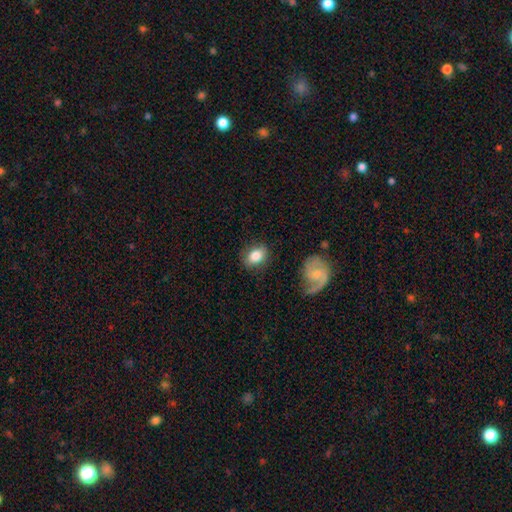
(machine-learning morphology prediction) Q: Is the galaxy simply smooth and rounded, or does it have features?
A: smooth — 81%.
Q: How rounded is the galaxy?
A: in between — 68%.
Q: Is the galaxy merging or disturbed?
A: none — 81%.